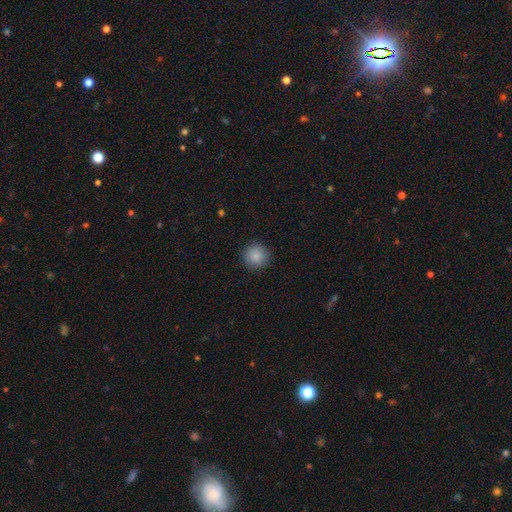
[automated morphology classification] type=smooth (87%); roundness=round (95%); merging=none (91%).